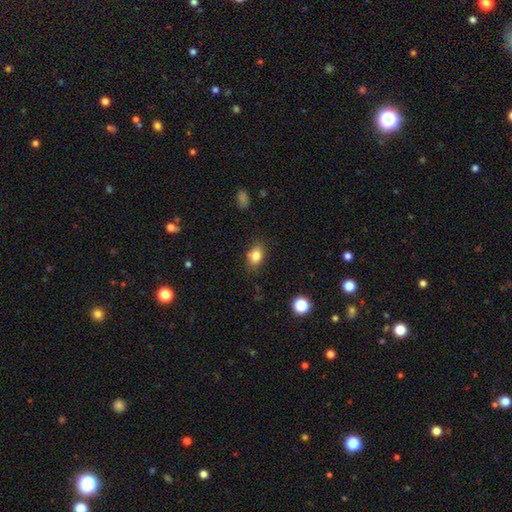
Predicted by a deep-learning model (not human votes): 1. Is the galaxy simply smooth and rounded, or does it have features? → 82% smooth, 10% star or artifact, 9% featured or disk.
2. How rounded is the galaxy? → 77% in between, 21% round, 2% cigar-shaped.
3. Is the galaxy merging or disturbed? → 76% none, 16% minor disturbance, 5% merger, 4% major disturbance.